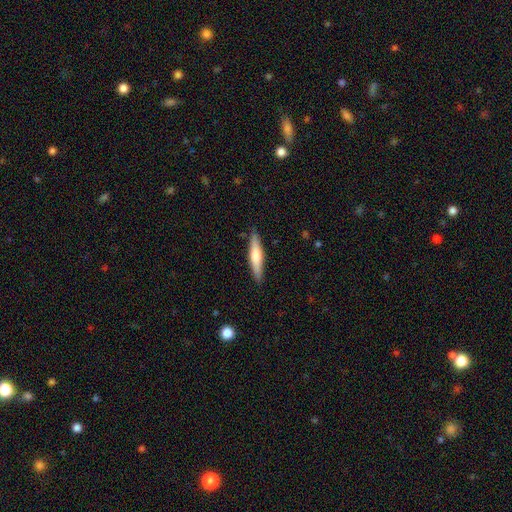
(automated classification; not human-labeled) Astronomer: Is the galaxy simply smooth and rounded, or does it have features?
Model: smooth — 55% (runner-up: featured or disk, 40%).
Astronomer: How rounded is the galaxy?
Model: cigar-shaped — 87%.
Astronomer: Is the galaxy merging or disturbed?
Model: none — 88%.